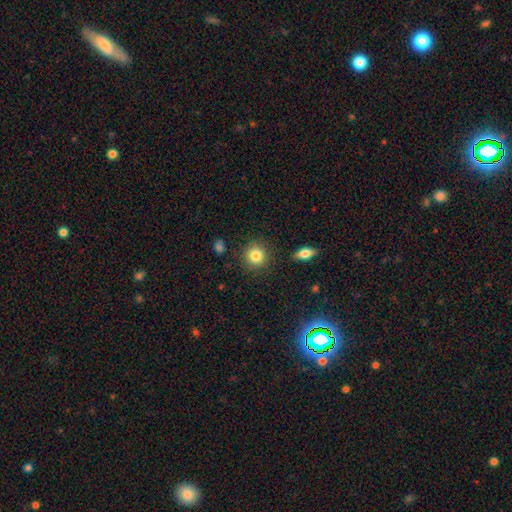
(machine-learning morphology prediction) This appears to be a smooth galaxy with no disk features (84%) that is round (89%). Merging: none (88%).